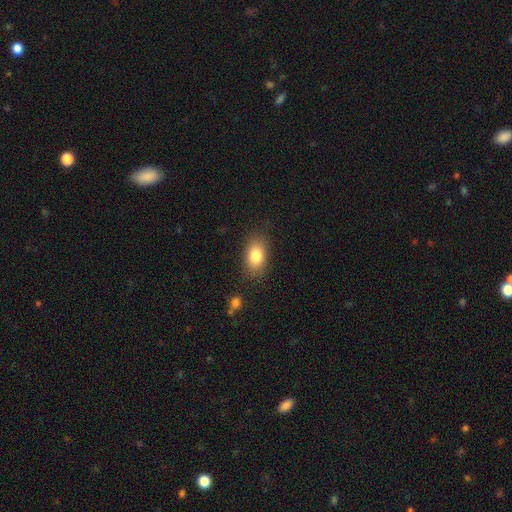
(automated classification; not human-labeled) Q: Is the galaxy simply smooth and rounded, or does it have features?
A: smooth — 83%.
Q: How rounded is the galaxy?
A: in between — 87%.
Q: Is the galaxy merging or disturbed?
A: none — 83%.